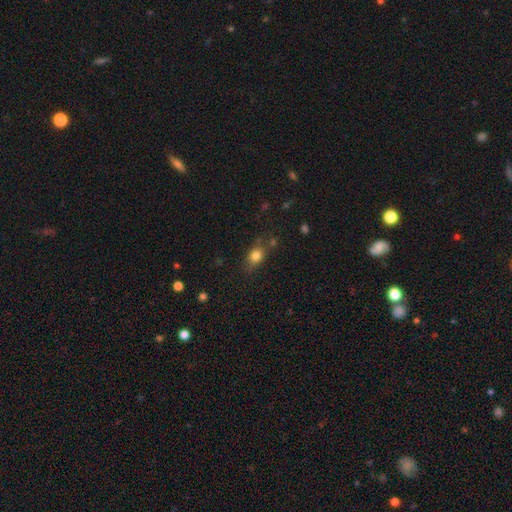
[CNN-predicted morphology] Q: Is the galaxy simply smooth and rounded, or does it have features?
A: smooth — 81%.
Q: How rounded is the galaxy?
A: in between — 58%.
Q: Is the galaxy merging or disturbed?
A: none — 69%.